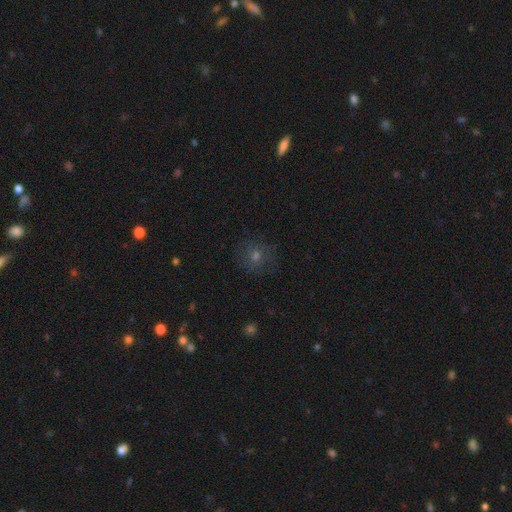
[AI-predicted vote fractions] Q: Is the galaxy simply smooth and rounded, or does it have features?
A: smooth — 51%.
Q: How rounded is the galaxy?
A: round — 90%.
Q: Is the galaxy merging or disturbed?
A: none — 84%.